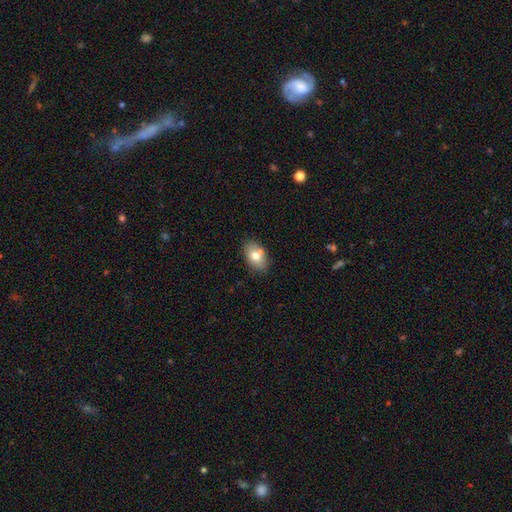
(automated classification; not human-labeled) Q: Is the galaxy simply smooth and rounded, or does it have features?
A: smooth — 74%.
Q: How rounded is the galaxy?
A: in between — 85%.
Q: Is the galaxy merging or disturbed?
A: none — 72%.